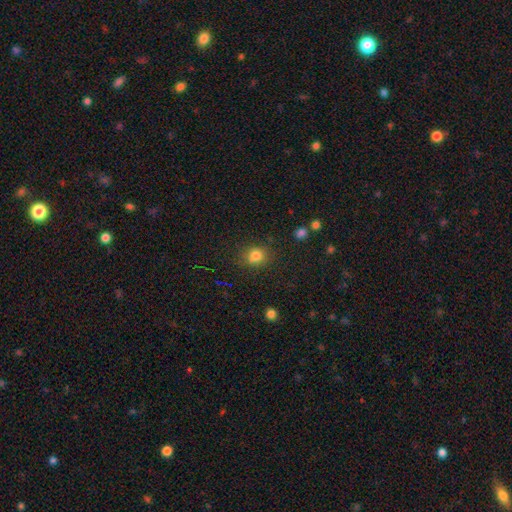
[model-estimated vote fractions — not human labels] A smooth galaxy with no disk features (80%) that is round (72%).

Vote fractions:
- Smooth or featured? smooth: 80% / star or artifact: 14% / featured or disk: 7%
- How rounded? round: 72% / in between: 27% / cigar-shaped: 1%
- Merging? none: 79% / minor disturbance: 13% / major disturbance: 4% / merger: 4%